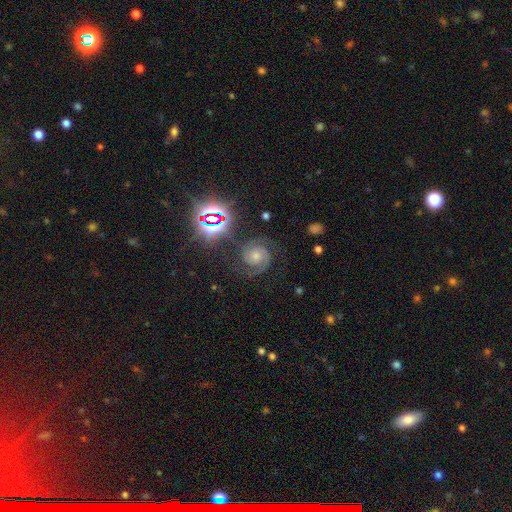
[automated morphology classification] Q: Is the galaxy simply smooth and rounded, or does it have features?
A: featured or disk — 76%.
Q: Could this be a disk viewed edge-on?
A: no — 98%.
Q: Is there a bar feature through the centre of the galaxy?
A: no — 70%.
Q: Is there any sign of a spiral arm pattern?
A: yes — 98%.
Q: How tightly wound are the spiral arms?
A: tight — 57%.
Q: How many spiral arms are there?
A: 2 — 85%.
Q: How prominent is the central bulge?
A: moderate — 51%.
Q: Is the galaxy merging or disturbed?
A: none — 78%.